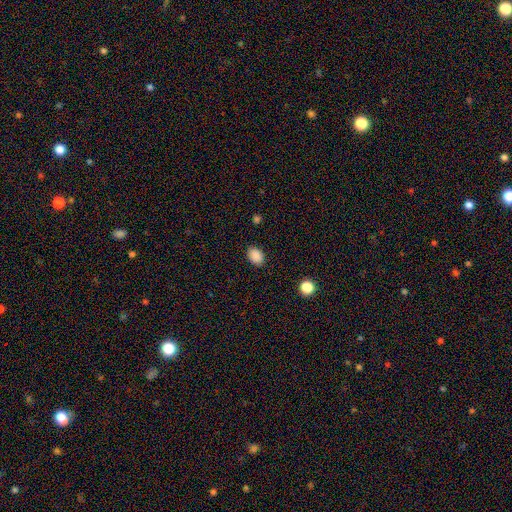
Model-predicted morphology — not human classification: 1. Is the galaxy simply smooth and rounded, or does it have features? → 89% smooth, 9% star or artifact, 3% featured or disk.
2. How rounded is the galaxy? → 73% in between, 26% round, 1% cigar-shaped.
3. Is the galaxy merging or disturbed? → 87% none, 9% minor disturbance, 2% major disturbance, 1% merger.